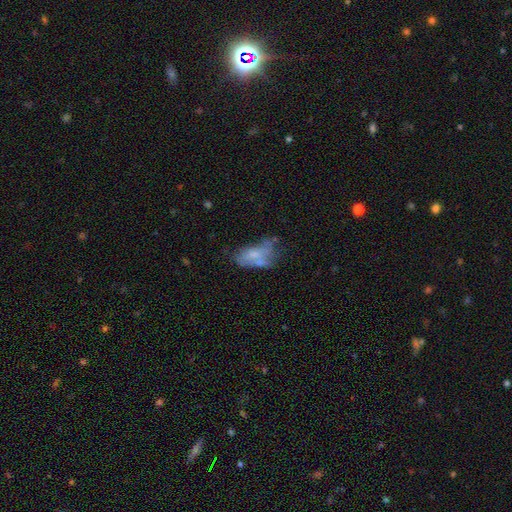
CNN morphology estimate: Smooth or featured: smooth — 48% (featured or disk — 42%)
Merging: none — 29% (minor disturbance — 25%)